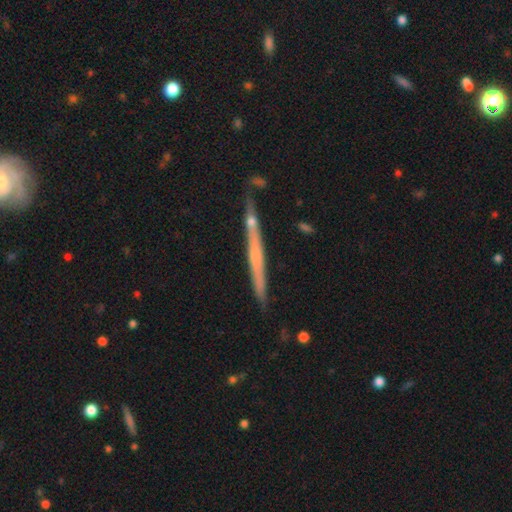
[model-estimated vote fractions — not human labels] A featured or disk galaxy (58%) viewed edge-on (96%) with no central bulge (71%).

Vote fractions:
- Smooth or featured? featured or disk: 58% / smooth: 35% / star or artifact: 7%
- Edge-on disk? yes: 96% / no: 4%
- Edge-on bulge? none: 71% / rounded: 22% / boxy: 7%
- Merging? none: 79% / minor disturbance: 13% / merger: 5% / major disturbance: 3%